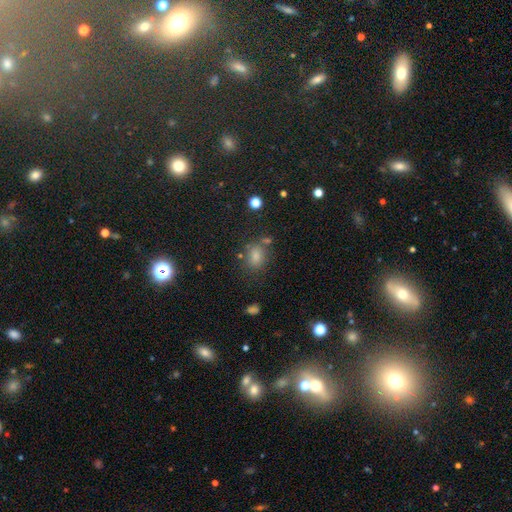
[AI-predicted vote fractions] Morphology: type=smooth (64%); roundness=round (49%, tied with in between); merging=none (72%).